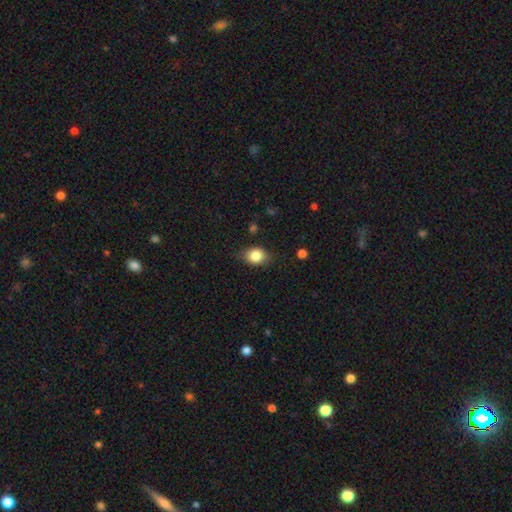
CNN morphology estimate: type=smooth (83%); roundness=in between (50%); merging=none (77%).